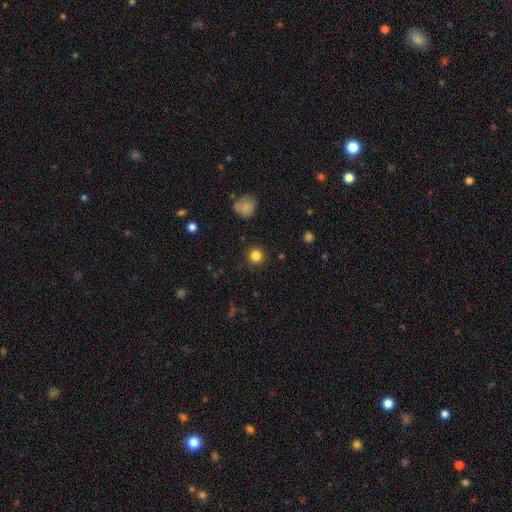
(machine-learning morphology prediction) Smooth or featured?
  - smooth: 84% *
  - star or artifact: 12%
  - featured or disk: 5%
How rounded?
  - round: 94% *
  - in between: 5%
  - cigar-shaped: 1%
Merging?
  - none: 91% *
  - minor disturbance: 5%
  - major disturbance: 2%
  - merger: 1%